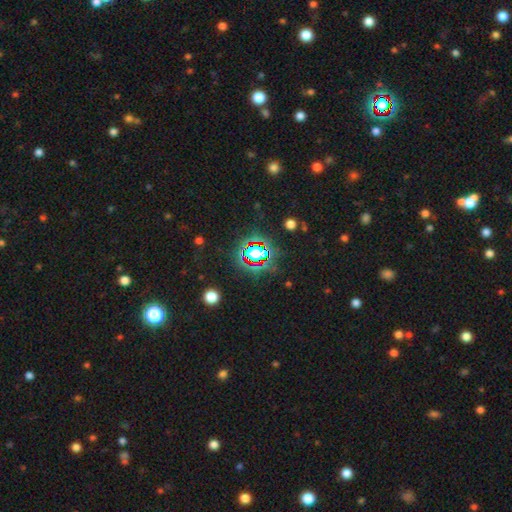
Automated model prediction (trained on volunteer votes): Overall: star or artifact (69%).